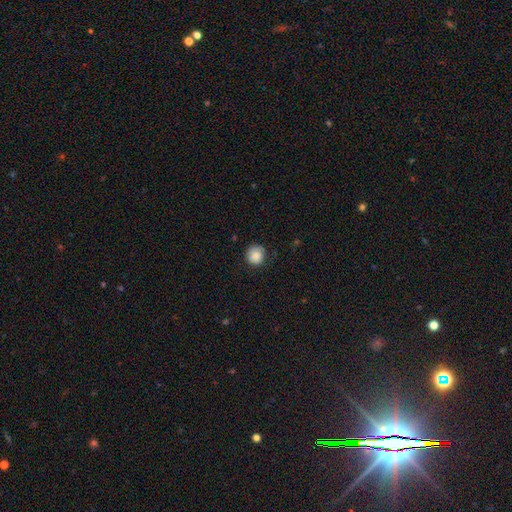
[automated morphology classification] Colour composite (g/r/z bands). It shows a smooth galaxy with no disk features (85%) that is round (89%). Merging: none (75%).